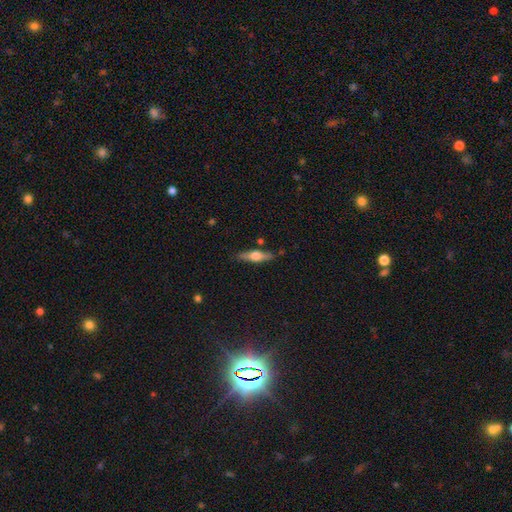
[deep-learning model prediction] A featured or disk galaxy (57%) viewed edge-on (94%) with a rounded central bulge (91%).

Vote fractions:
- Smooth or featured? featured or disk: 57% / smooth: 37% / star or artifact: 6%
- Edge-on disk? yes: 94% / no: 6%
- Edge-on bulge? rounded: 91% / boxy: 7% / none: 2%
- Merging? none: 83% / minor disturbance: 12% / merger: 3% / major disturbance: 3%